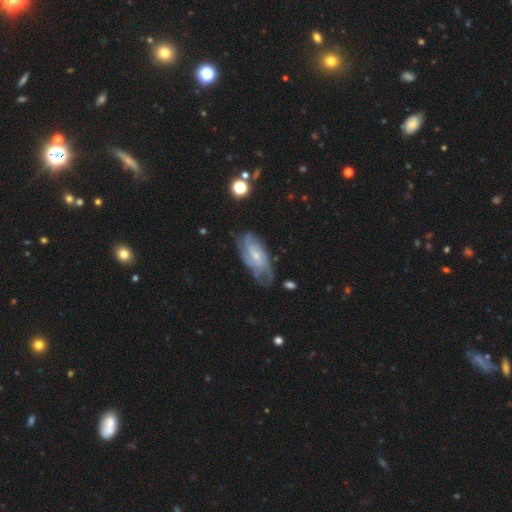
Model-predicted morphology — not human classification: featured or disk 78%, smooth 15%, star or artifact 6%. Down the decision tree: edge-on disk — no (93%); bar — no (60%); spiral arms — yes (93%); spiral arm count — can't tell (39%); spiral winding — tight (52%); bulge size — small (68%); merging — none (65%).